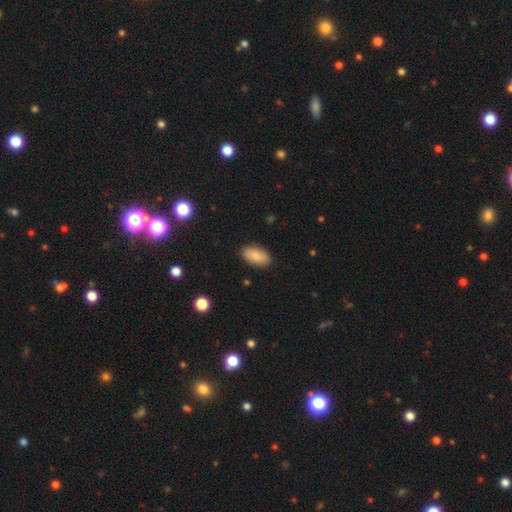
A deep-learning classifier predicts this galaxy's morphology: A smooth galaxy with no disk features (79%) that is in between round and cigar-shaped (94%). Merging: none (88%).